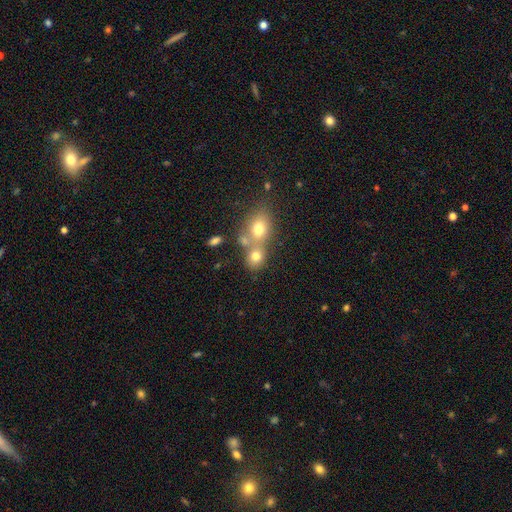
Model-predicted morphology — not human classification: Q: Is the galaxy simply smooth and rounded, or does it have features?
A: smooth — 71%.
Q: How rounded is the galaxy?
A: round — 59%.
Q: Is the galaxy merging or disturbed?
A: merger — 52%.